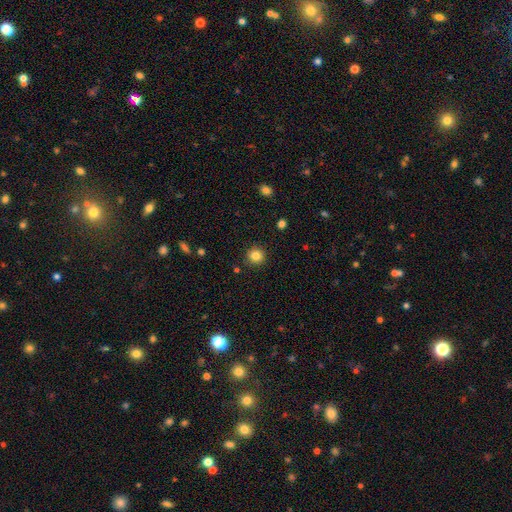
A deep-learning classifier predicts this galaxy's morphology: This appears to be a smooth galaxy with no disk features (84%) that is round (94%). Merging: none (90%).